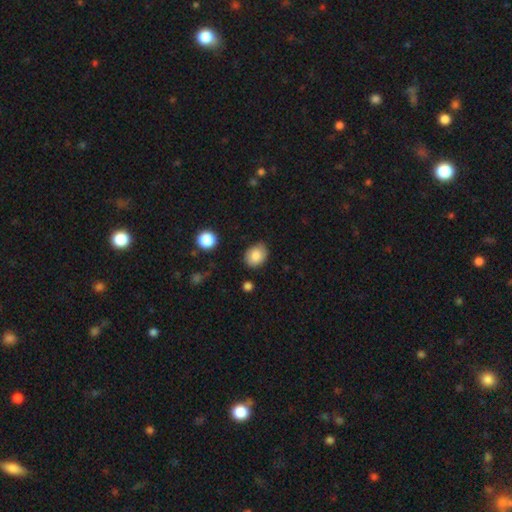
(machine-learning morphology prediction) A smooth galaxy with no disk features (84%) that is in between round and cigar-shaped (61%).

Vote fractions:
- Smooth or featured? smooth: 84% / star or artifact: 8% / featured or disk: 8%
- How rounded? in between: 61% / round: 38% / cigar-shaped: 1%
- Merging? none: 78% / minor disturbance: 17% / major disturbance: 3% / merger: 2%